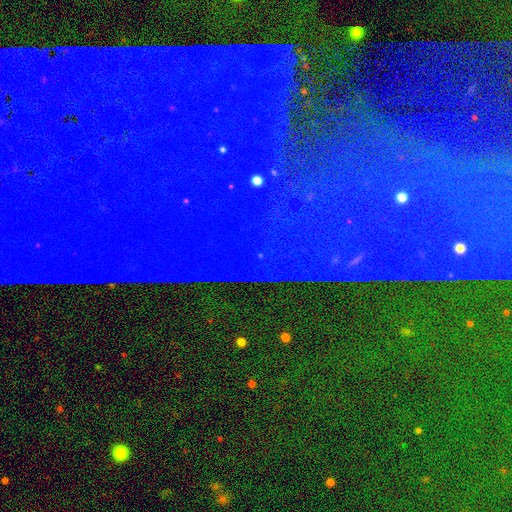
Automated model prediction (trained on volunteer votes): Smooth or featured? Predicted: star or artifact (p=0.88).